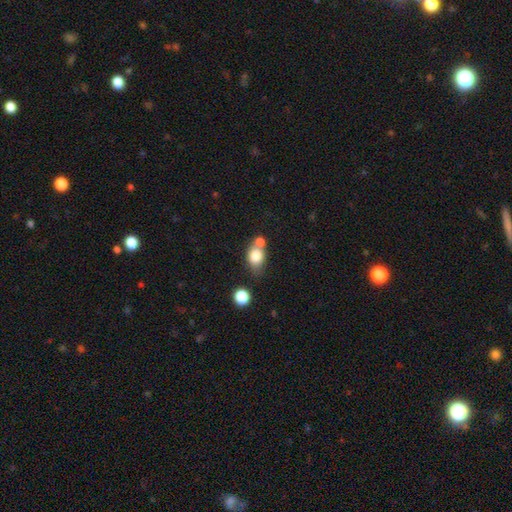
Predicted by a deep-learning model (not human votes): A smooth galaxy with no disk features (80%) that is in between round and cigar-shaped (55%). Merging: none (44%).